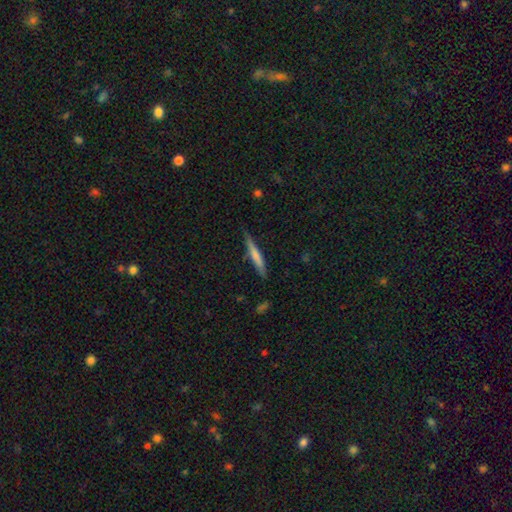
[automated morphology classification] smooth_or_featured: smooth (p=0.62) [alt: featured or disk p=0.32]
how_rounded: cigar-shaped (p=0.94) [alt: in between p=0.05]
merging: none (p=0.77) [alt: minor disturbance p=0.17]